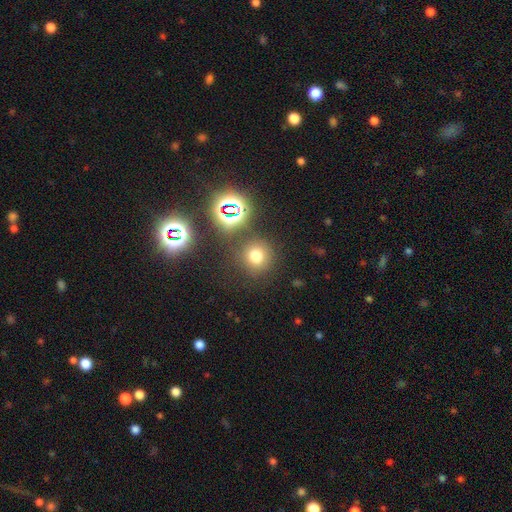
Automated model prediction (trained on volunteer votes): A smooth galaxy with no disk features (67%) that is round (89%). Merging: none (81%).